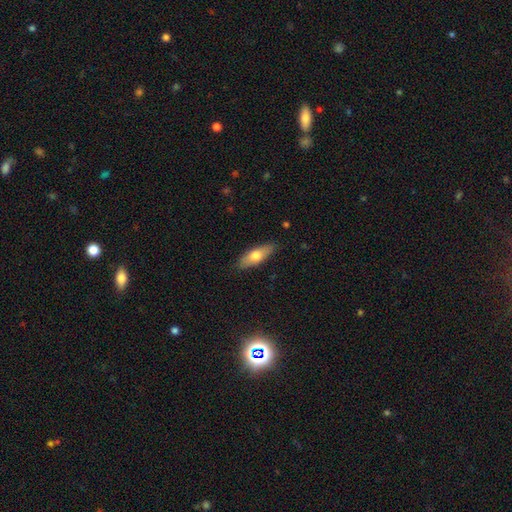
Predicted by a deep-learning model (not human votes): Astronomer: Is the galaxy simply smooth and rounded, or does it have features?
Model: smooth — 66%.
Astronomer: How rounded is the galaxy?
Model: in between — 62%.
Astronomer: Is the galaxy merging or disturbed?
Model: none — 85%.